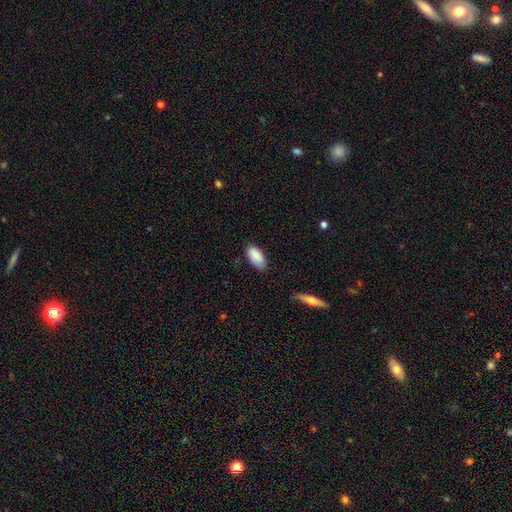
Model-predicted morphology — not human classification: type=smooth (89%); roundness=in between (93%); merging=none (78%).